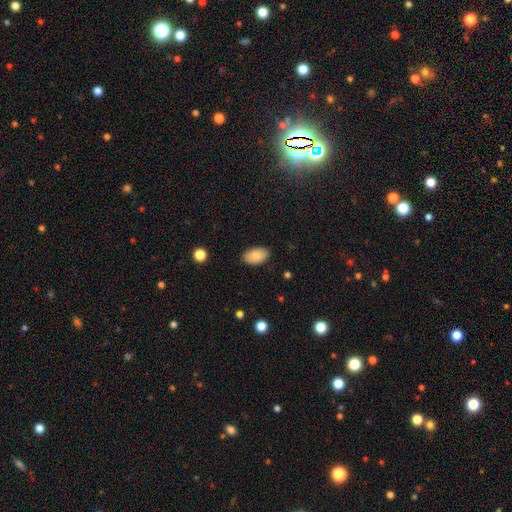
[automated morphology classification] Overall: smooth (87%). How rounded: in between (94%). Merging: none (86%).